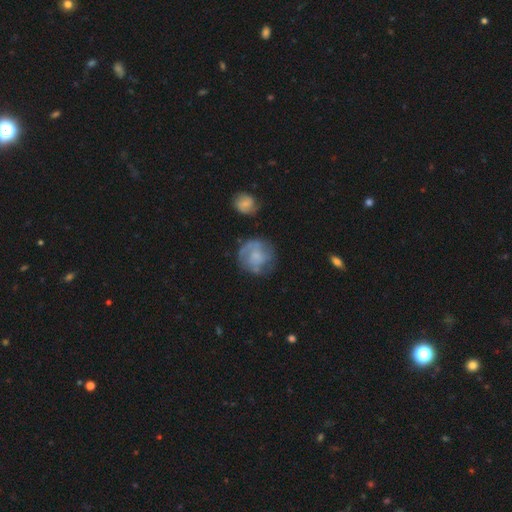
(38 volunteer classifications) Smooth or featured: smooth — 47% (tied with featured or disk — 47%)
How rounded: round — 78% (in between — 22%)
Merging: none — 67% (minor disturbance — 25%)